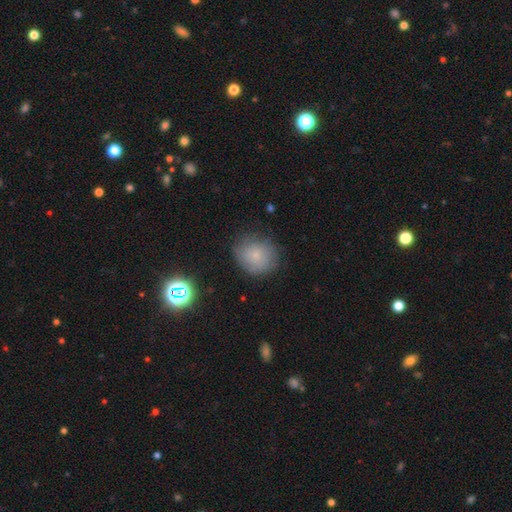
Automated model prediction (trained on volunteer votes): This is likely a smooth galaxy (73%). How rounded: clearly round (83%). Merging: likely none (74%).